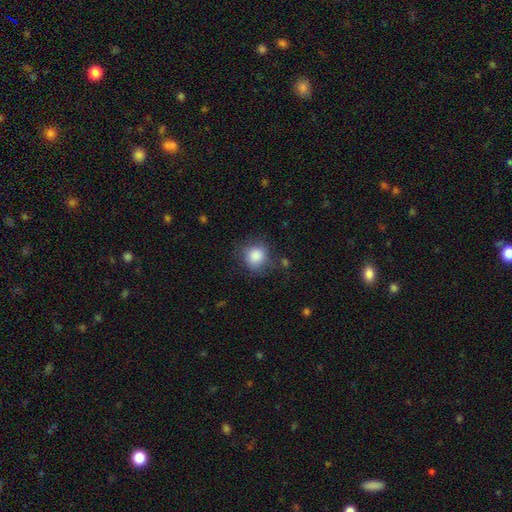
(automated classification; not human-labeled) The model was most divided on "merging": none: 72%, minor disturbance: 18%, major disturbance: 7%, merger: 2%. More confident: smooth or featured — smooth (86%); how rounded — round (82%).